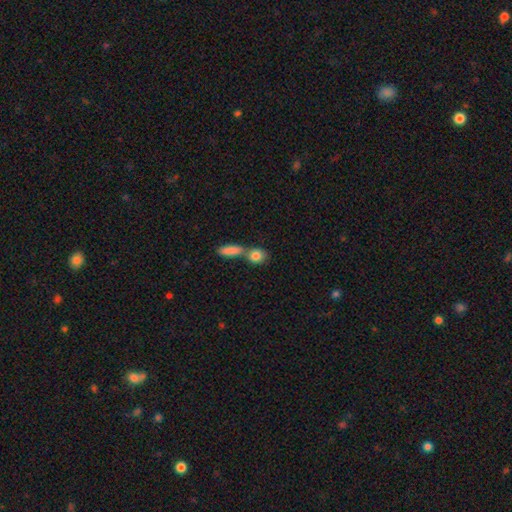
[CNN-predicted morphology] Smooth or featured: smooth — 84% (featured or disk — 9%)
How rounded: round — 54% (in between — 40%)
Merging: none — 45% (merger — 43%)